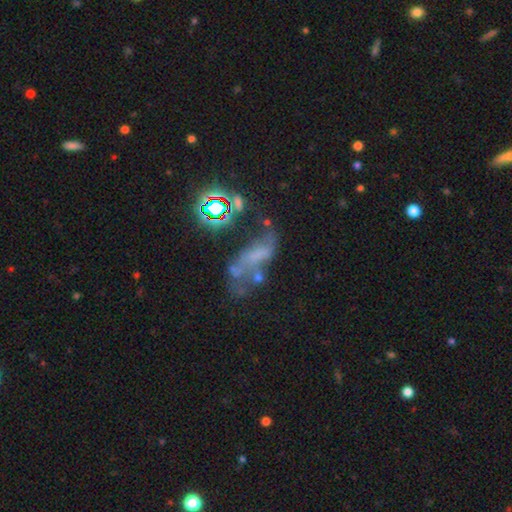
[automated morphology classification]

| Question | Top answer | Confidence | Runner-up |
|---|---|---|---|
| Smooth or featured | featured or disk | 49% | star or artifact (28%) |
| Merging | none | 32% | major disturbance (31%) |